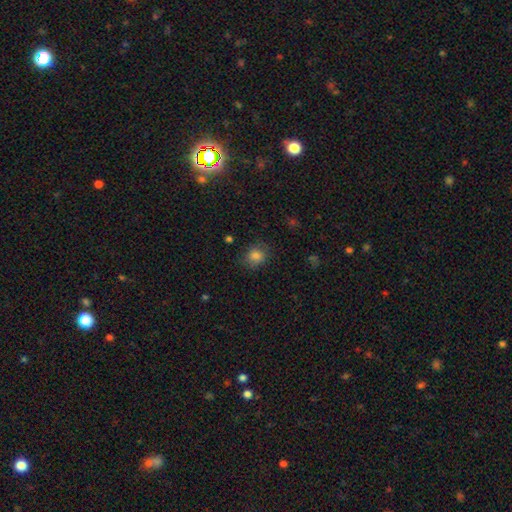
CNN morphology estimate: Smooth or featured?
  - smooth: 81% *
  - star or artifact: 13%
  - featured or disk: 6%
How rounded?
  - round: 69% *
  - in between: 30%
  - cigar-shaped: 1%
Merging?
  - none: 78% *
  - minor disturbance: 15%
  - major disturbance: 5%
  - merger: 1%